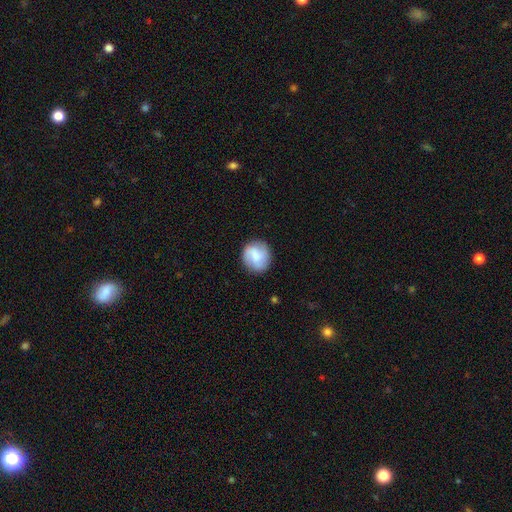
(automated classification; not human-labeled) A smooth galaxy with no disk features (54%) that is round (84%).

Vote fractions:
- Smooth or featured? smooth: 54% / featured or disk: 38% / star or artifact: 7%
- How rounded? round: 84% / in between: 15% / cigar-shaped: 1%
- Merging? none: 82% / minor disturbance: 12% / major disturbance: 4% / merger: 1%